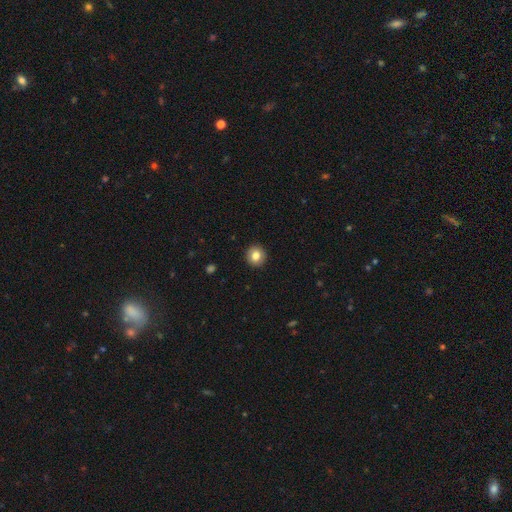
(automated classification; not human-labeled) Smooth or featured? Predicted: smooth (p=0.82). How rounded? Predicted: round (p=0.93). Merging? Predicted: none (p=0.93).